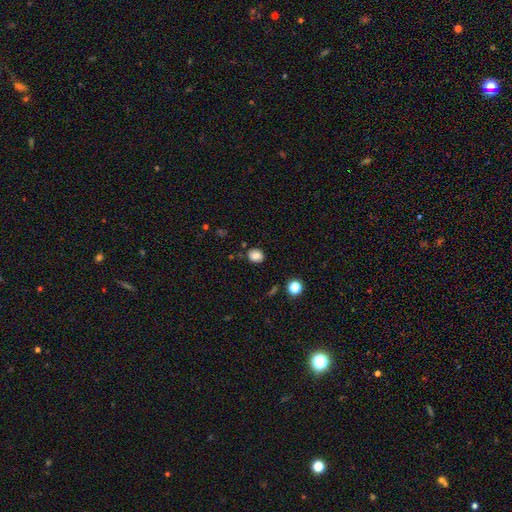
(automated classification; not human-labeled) smooth-or-featured: smooth: 81% | star or artifact: 11% | featured or disk: 8%
  how-rounded: round: 62% | in between: 38% | cigar-shaped: 1%
  merging: none: 81% | minor disturbance: 13% | major disturbance: 3% | merger: 3%